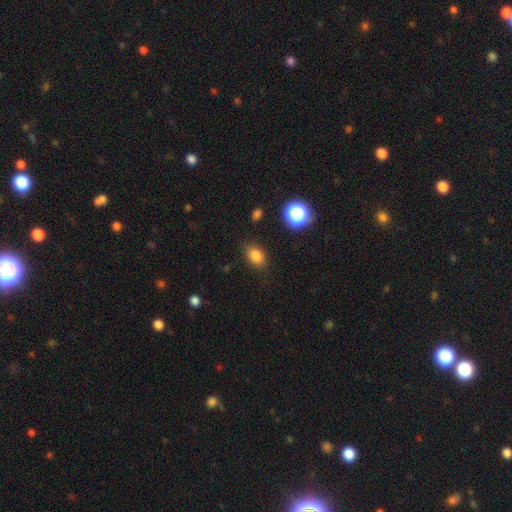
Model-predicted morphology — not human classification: Smooth or featured?
  - smooth: 82% *
  - star or artifact: 12%
  - featured or disk: 6%
How rounded?
  - in between: 75% *
  - round: 24%
  - cigar-shaped: 1%
Merging?
  - none: 82% *
  - minor disturbance: 13%
  - major disturbance: 3%
  - merger: 2%